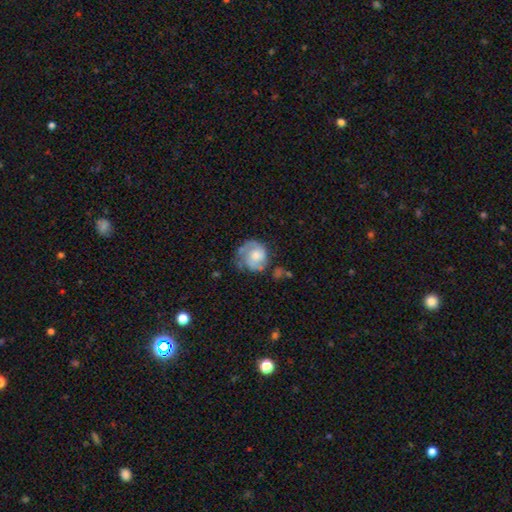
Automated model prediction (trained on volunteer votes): Smooth or featured: featured or disk — 66% (smooth — 27%)
Edge-on disk: no — 98% (yes — 2%)
Bar: no — 73% (weak — 24%)
Spiral arms: yes — 86% (no — 14%)
Spiral winding: tight — 47% (medium — 39%)
Spiral arm count: 2 — 57% (can't tell — 19%)
Bulge size: moderate — 53% (small — 26%)
Merging: none — 54% (minor disturbance — 26%)